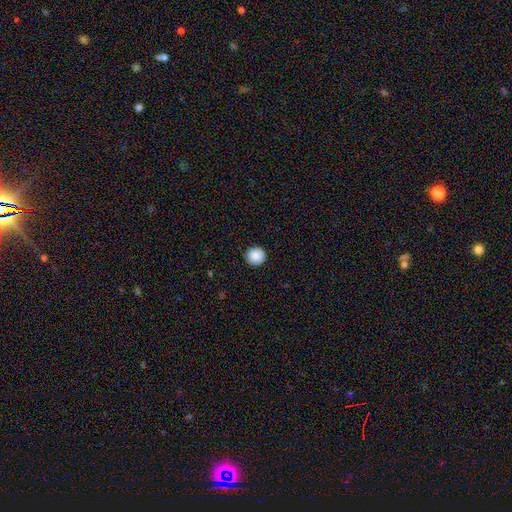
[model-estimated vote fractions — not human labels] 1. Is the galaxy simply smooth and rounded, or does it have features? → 89% smooth, 8% star or artifact, 3% featured or disk.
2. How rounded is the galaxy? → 96% round, 3% in between, 1% cigar-shaped.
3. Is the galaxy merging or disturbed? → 93% none, 5% minor disturbance, 1% major disturbance, 1% merger.